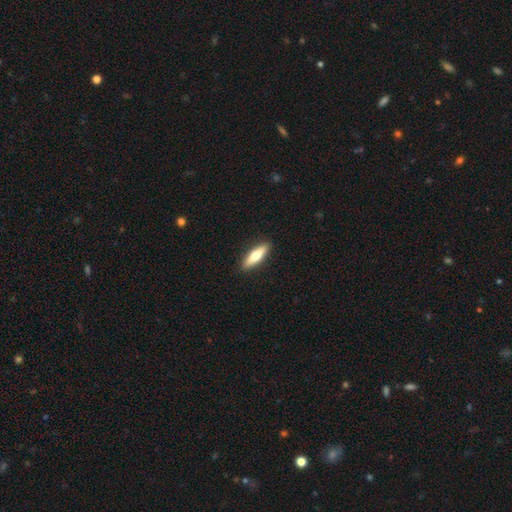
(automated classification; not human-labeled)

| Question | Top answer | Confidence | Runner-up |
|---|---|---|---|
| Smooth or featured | smooth | 63% | featured or disk (32%) |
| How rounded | cigar-shaped | 61% | in between (37%) |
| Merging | none | 91% | minor disturbance (7%) |